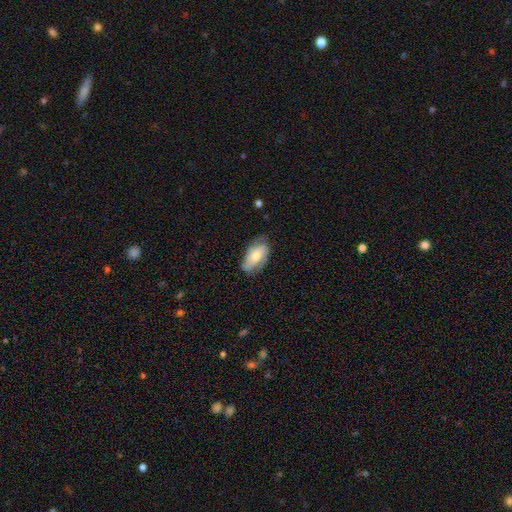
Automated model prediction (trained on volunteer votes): Smooth or featured? Predicted: smooth (p=0.52). How rounded? Predicted: in between (p=0.91). Merging? Predicted: none (p=0.64).